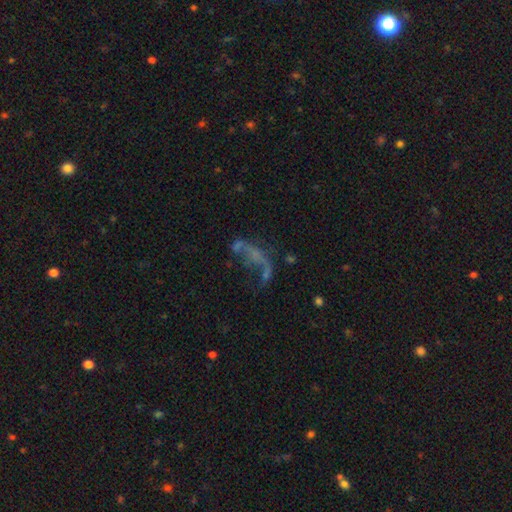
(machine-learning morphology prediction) Smooth or featured: featured or disk — 52% (smooth — 26%)
Edge-on disk: no — 92% (yes — 8%)
Merging: major disturbance — 40% (none — 26%)